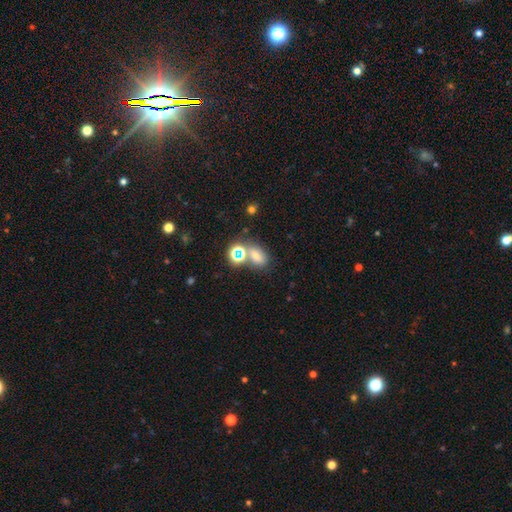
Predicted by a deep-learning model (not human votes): This appears to be a smooth galaxy with no disk features (57%) that is in between round and cigar-shaped (71%). Merging: none (54%).